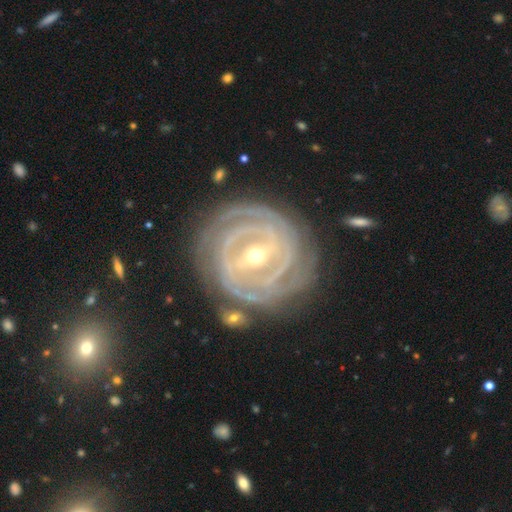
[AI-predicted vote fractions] This is clearly a featured or disk galaxy (92%). It is clearly not viewed edge-on (96%). Bar: possibly strong (59%). Spiral arm pattern: clearly yes (98%). Spiral arm count: marginally 2 (25%). Spiral winding: clearly tight (86%). Central bulge: possibly small (54%). Merging: likely none (79%).